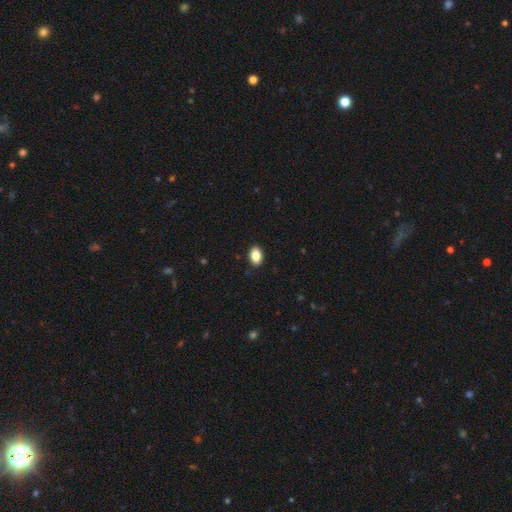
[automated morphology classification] Smooth or featured? Predicted: smooth (p=0.87). How rounded? Predicted: in between (p=0.87). Merging? Predicted: none (p=0.90).